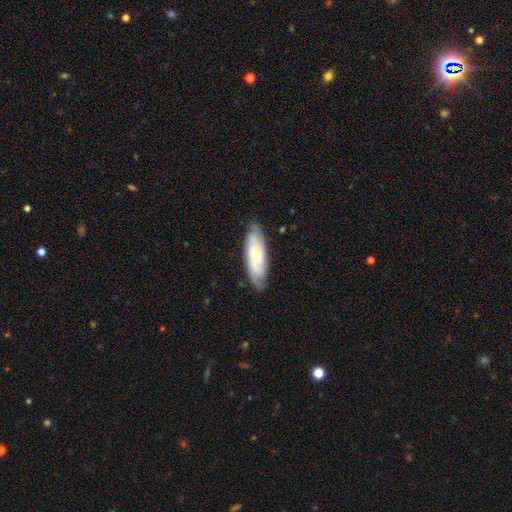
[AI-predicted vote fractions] smooth_or_featured: featured or disk (p=0.51) [alt: smooth p=0.42]
disk_edge_on: no (p=0.80) [alt: yes p=0.20]
merging: none (p=0.81) [alt: minor disturbance p=0.15]